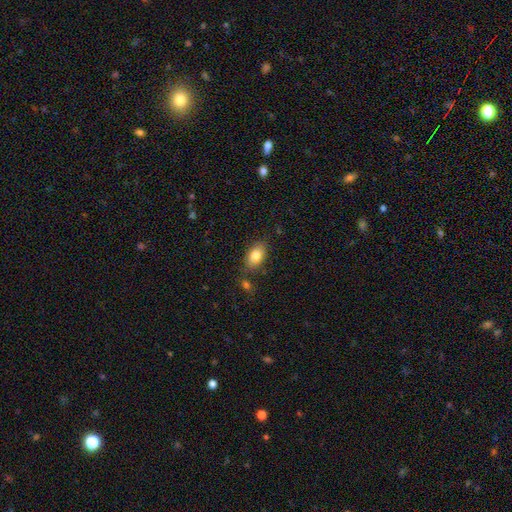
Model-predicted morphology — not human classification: A smooth galaxy with no disk features (82%) that is in between round and cigar-shaped (89%). Merging: none (77%).